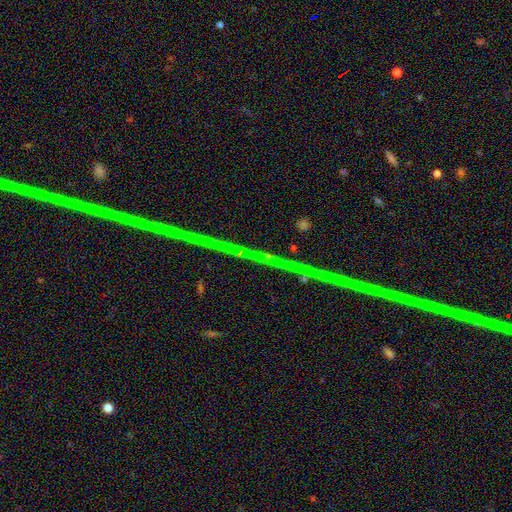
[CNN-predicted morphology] Smooth or featured: star or artifact — 89% (featured or disk — 7%)